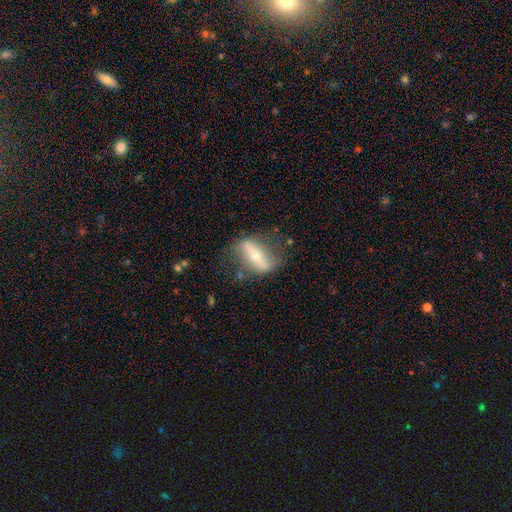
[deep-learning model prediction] Overall: featured or disk (68%). Edge-on disk: no (64%; yes 36%). Merging: none (65%).